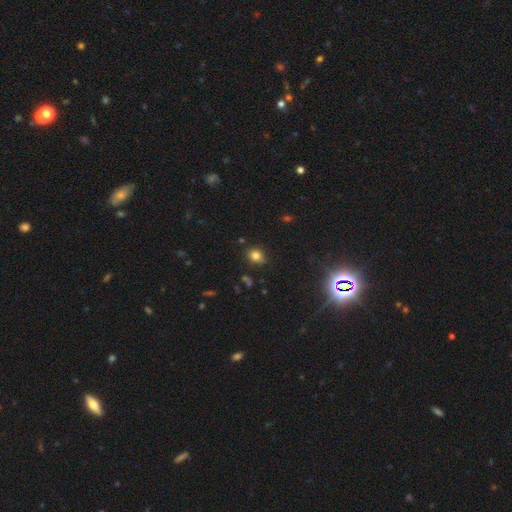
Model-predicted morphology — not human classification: Smooth or featured? smooth (79%)
How rounded? round (62%)
Merging? none (83%)